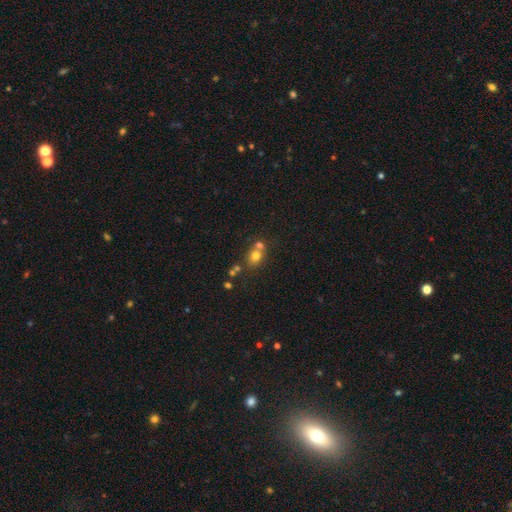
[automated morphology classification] The model was most divided on "merging" (2-way tie): none: 44%, merger: 44%, minor disturbance: 8%, major disturbance: 3%. More confident: how rounded — round (72%); smooth or featured — smooth (71%).